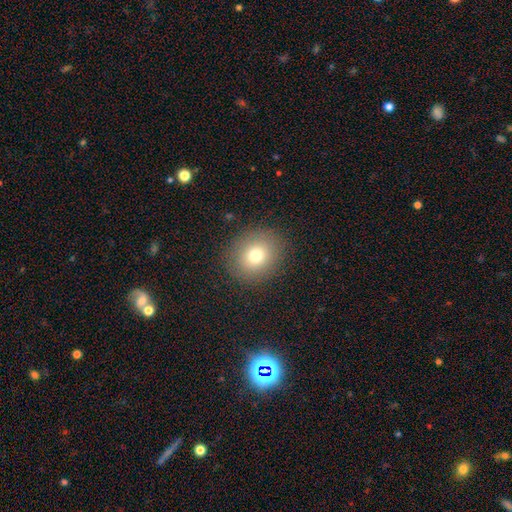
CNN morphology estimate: Q: Smooth or featured?
A: smooth (75%); runner-up: star or artifact (13%)
Q: How rounded?
A: round (73%); runner-up: in between (26%)
Q: Merging?
A: none (87%); runner-up: minor disturbance (8%)